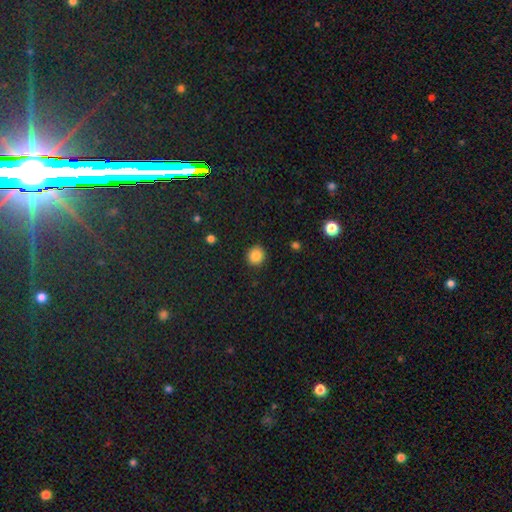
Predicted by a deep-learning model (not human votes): Smooth or featured: smooth — 86% (star or artifact — 10%)
How rounded: round — 88% (in between — 11%)
Merging: none — 91% (minor disturbance — 6%)